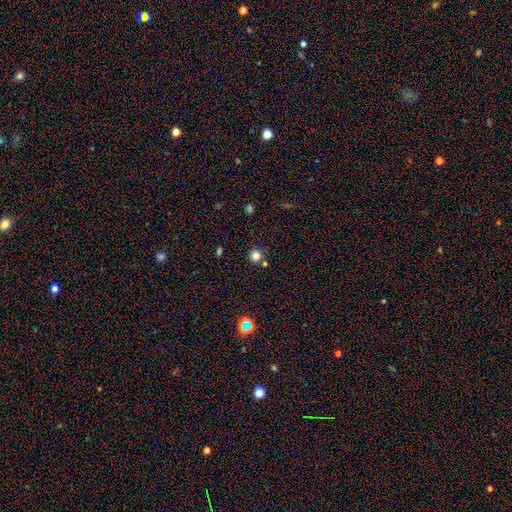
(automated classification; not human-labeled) Q: Smooth or featured?
A: smooth (79%); runner-up: star or artifact (16%)
Q: How rounded?
A: round (94%); runner-up: in between (5%)
Q: Merging?
A: none (85%); runner-up: minor disturbance (7%)